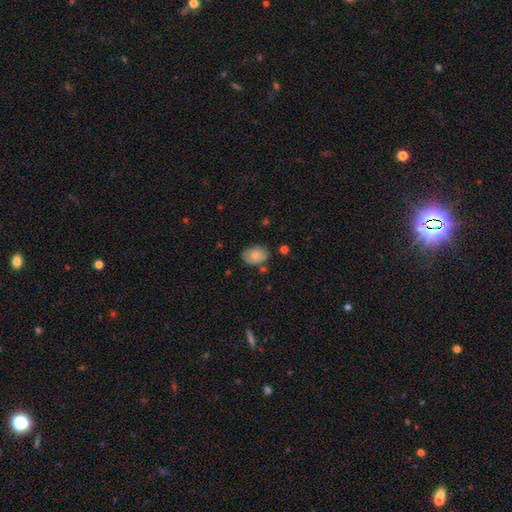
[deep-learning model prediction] This is likely a smooth galaxy (78%). How rounded: likely in between (76%). Merging: likely none (71%).